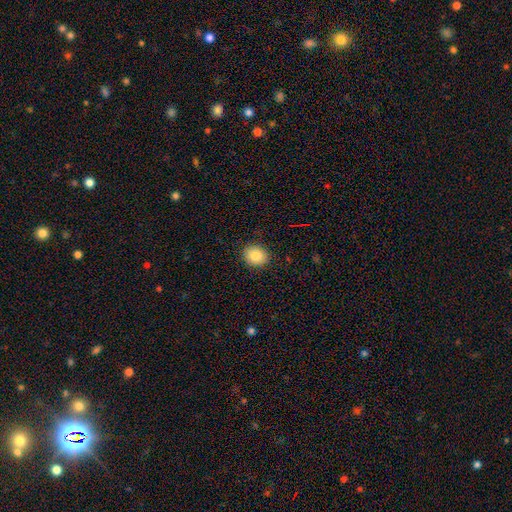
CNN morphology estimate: The model was most divided on "how rounded": round: 62%, in between: 37%, cigar-shaped: 1%. More confident: merging — none (89%); smooth or featured — smooth (86%).